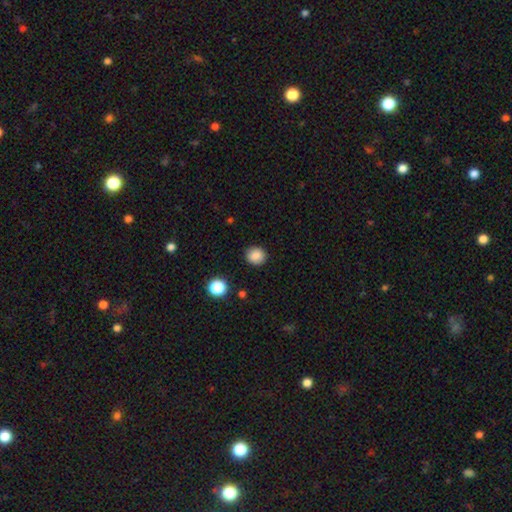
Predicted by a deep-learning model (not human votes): A smooth galaxy with no disk features (86%) that is round (86%). Merging: none (90%).